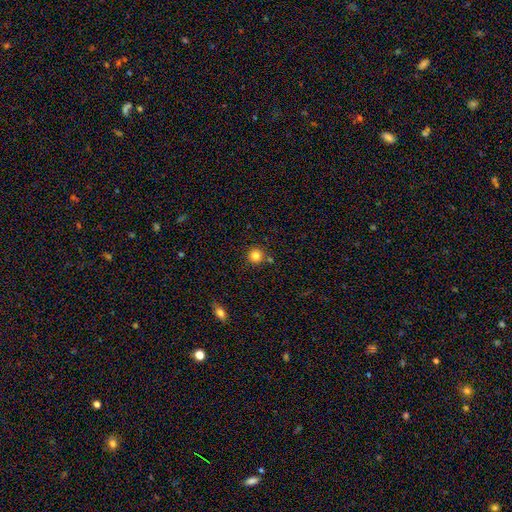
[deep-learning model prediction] Q: Smooth or featured?
A: smooth (83%); runner-up: star or artifact (12%)
Q: How rounded?
A: round (94%); runner-up: in between (5%)
Q: Merging?
A: none (83%); runner-up: minor disturbance (8%)